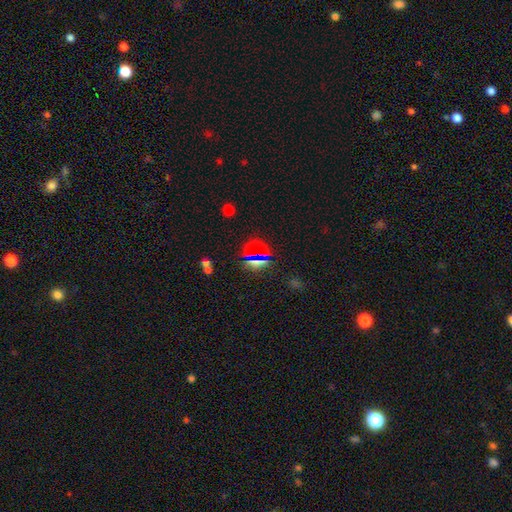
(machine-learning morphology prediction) star or artifact 54%, smooth 34%, featured or disk 12%.